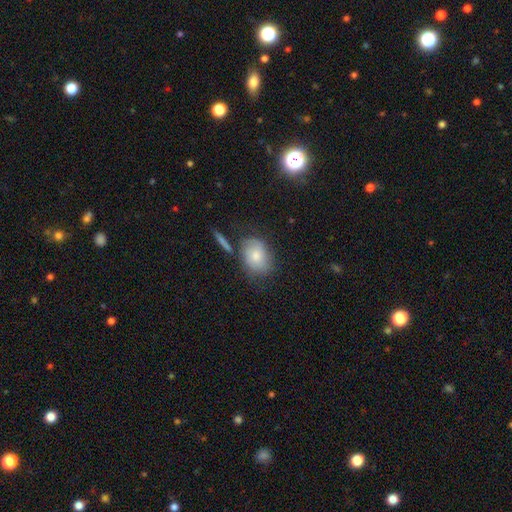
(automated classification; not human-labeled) Smooth or featured?
  - smooth: 73% *
  - featured or disk: 20%
  - star or artifact: 7%
How rounded?
  - in between: 73% *
  - round: 25%
  - cigar-shaped: 2%
Merging?
  - none: 60% *
  - minor disturbance: 23%
  - merger: 9%
  - major disturbance: 9%